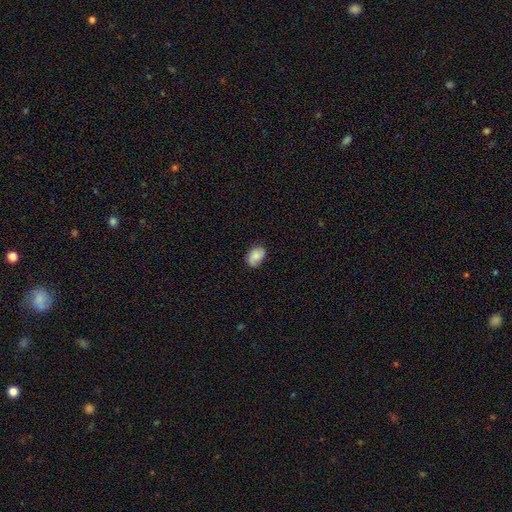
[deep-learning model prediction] smooth 77%, featured or disk 15%, star or artifact 8%. Down the decision tree: how rounded — in between (81%); merging — none (75%).